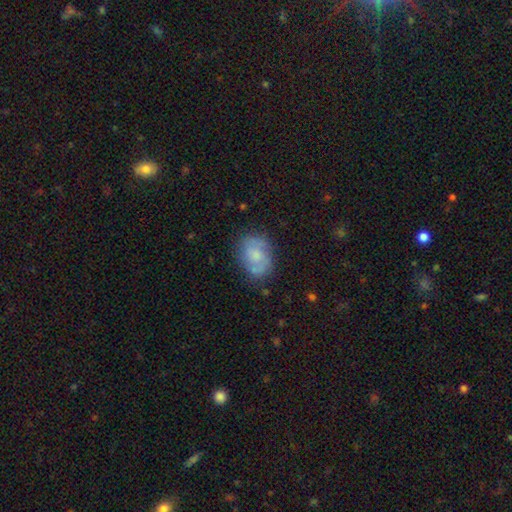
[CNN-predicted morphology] The model was most divided on "smooth or featured": smooth: 48%, featured or disk: 44%, star or artifact: 8%. More confident: merging — none (68%).